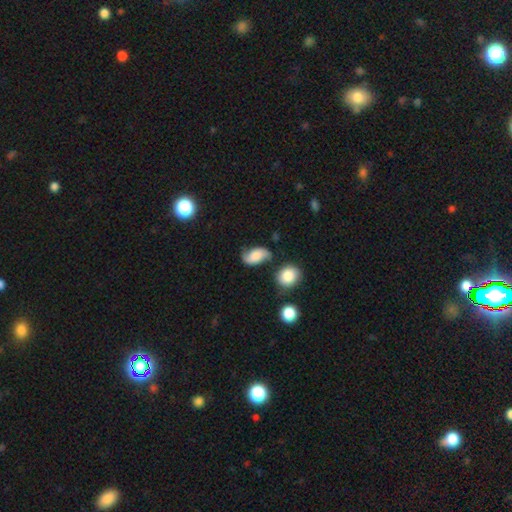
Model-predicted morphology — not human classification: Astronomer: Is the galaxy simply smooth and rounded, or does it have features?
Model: smooth — 52% (runner-up: featured or disk, 39%).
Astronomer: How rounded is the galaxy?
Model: in between — 88%.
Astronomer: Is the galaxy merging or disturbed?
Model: none — 60%.